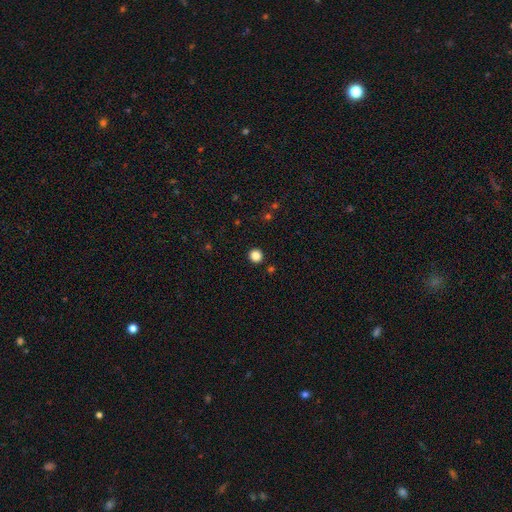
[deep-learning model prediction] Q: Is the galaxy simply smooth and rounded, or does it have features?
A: smooth — 85%.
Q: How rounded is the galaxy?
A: round — 93%.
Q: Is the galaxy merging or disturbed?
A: none — 92%.